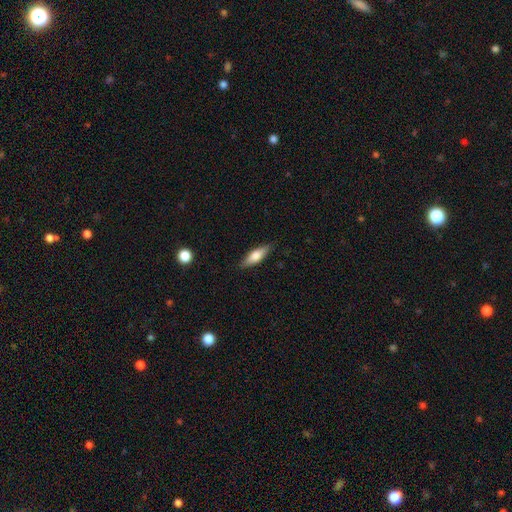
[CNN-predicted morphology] The model was most divided on "how rounded": in between: 49%, cigar-shaped: 48%, round: 3%. More confident: merging — none (86%); smooth or featured — smooth (64%).